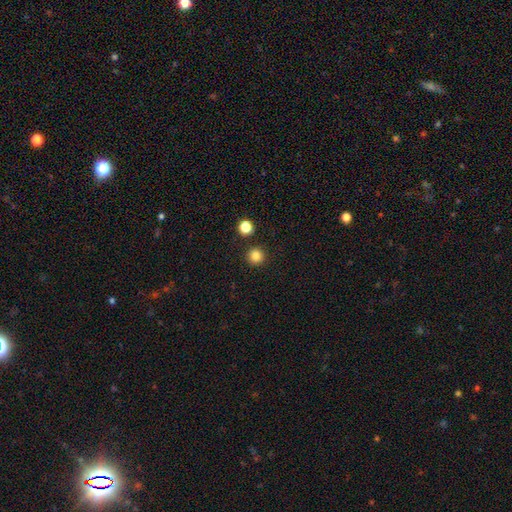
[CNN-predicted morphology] A smooth galaxy with no disk features (84%) that is round (96%). Merging: none (91%).